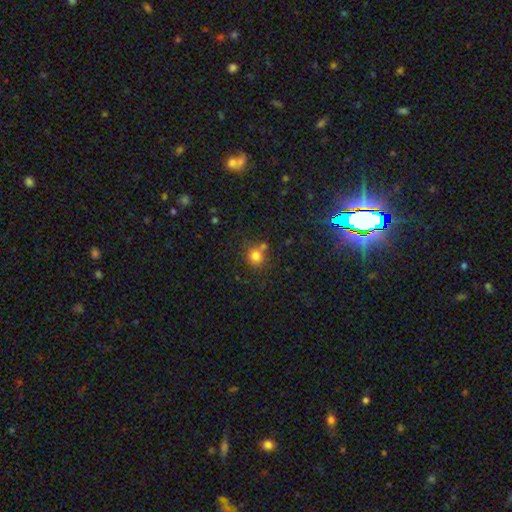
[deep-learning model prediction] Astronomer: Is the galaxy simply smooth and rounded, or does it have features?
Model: smooth — 79%.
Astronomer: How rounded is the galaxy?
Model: round — 87%.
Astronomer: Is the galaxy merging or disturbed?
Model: none — 64%.